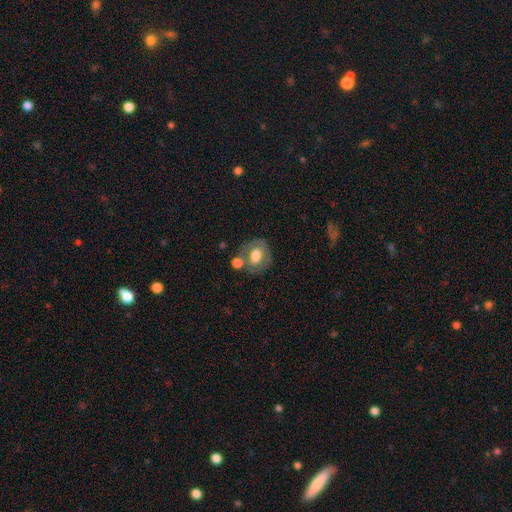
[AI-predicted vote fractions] Q: Smooth or featured?
A: smooth (51%); runner-up: featured or disk (41%)
Q: How rounded?
A: in between (53%); runner-up: round (46%)
Q: Merging?
A: none (54%); runner-up: merger (20%)